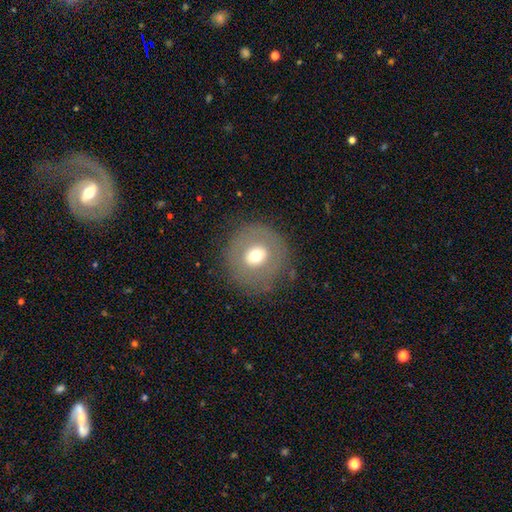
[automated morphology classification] smooth_or_featured: smooth (p=0.47) [alt: featured or disk p=0.40]
merging: none (p=0.85) [alt: minor disturbance p=0.09]